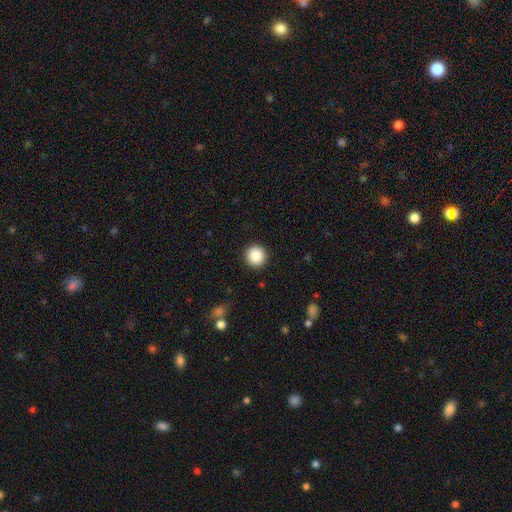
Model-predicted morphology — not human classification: This is clearly a smooth galaxy (87%). How rounded: clearly round (95%). Merging: clearly none (92%).